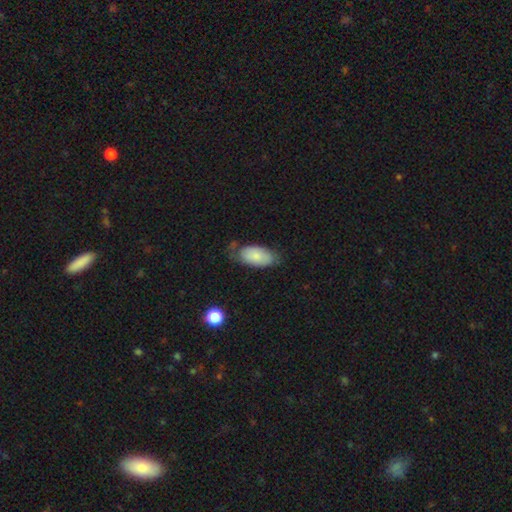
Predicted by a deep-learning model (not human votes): Smooth or featured? Predicted: smooth (p=0.78). How rounded? Predicted: in between (p=0.94). Merging? Predicted: none (p=0.58).